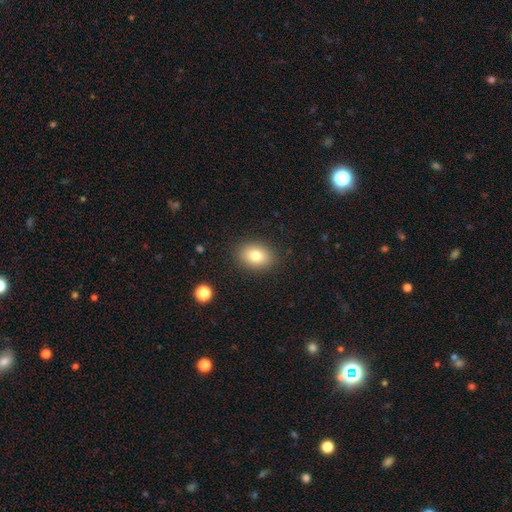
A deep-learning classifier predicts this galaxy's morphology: Smooth or featured? Predicted: smooth (p=0.80). How rounded? Predicted: in between (p=0.68). Merging? Predicted: none (p=0.88).